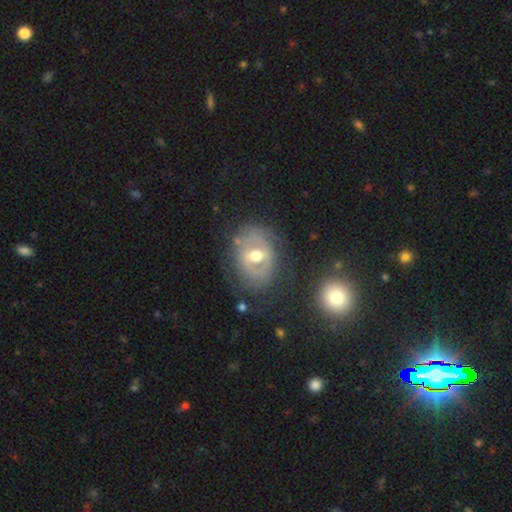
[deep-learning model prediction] The model was most divided on "spiral arms" (2-way tie): yes: 50%, no: 50%. Remaining: edge-on disk — no (95%); bulge size — moderate (74%); merging — none (74%); smooth or featured — featured or disk (65%); bar — weak (44%).